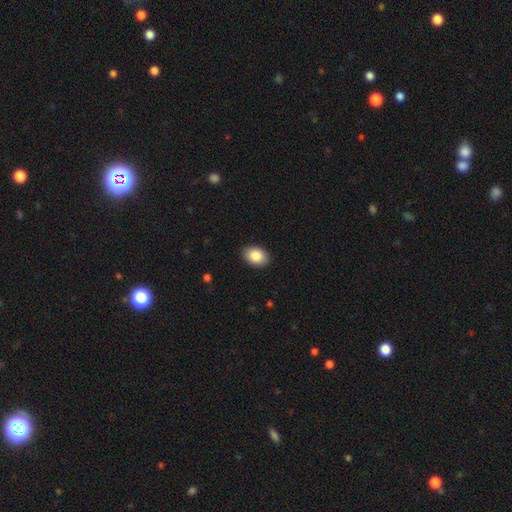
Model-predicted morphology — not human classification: A smooth galaxy with no disk features (88%) that is in between round and cigar-shaped (84%). Merging: none (90%).